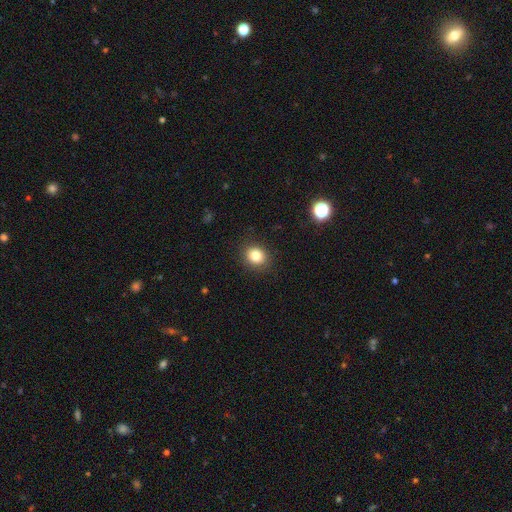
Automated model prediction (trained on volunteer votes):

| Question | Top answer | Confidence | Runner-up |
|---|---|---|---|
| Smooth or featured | smooth | 82% | star or artifact (11%) |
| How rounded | round | 75% | in between (24%) |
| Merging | none | 89% | minor disturbance (7%) |